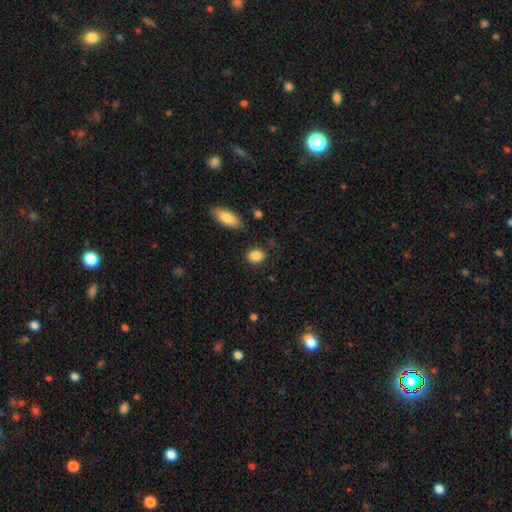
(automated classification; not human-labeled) A smooth galaxy with no disk features (87%) that is in between round and cigar-shaped (57%). Merging: none (83%).